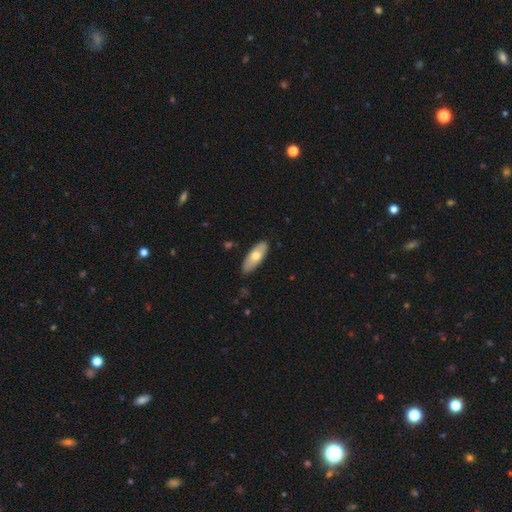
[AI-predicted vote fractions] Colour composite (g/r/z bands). It shows a smooth galaxy with no disk features (65%) that is in between round and cigar-shaped (79%). Merging: none (85%).